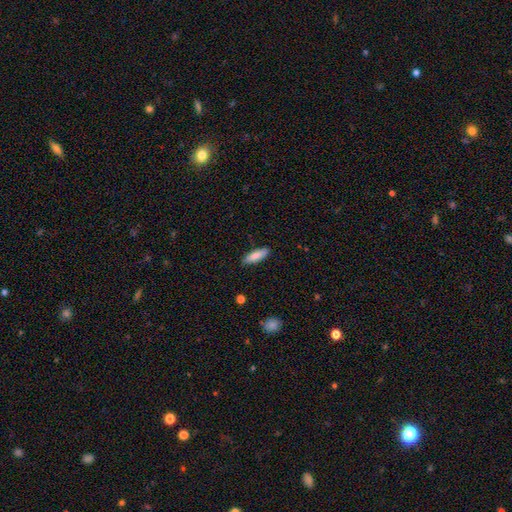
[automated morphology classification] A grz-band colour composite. It shows a smooth galaxy with no disk features (83%) that is cigar-shaped (56%). Merging: none (86%).